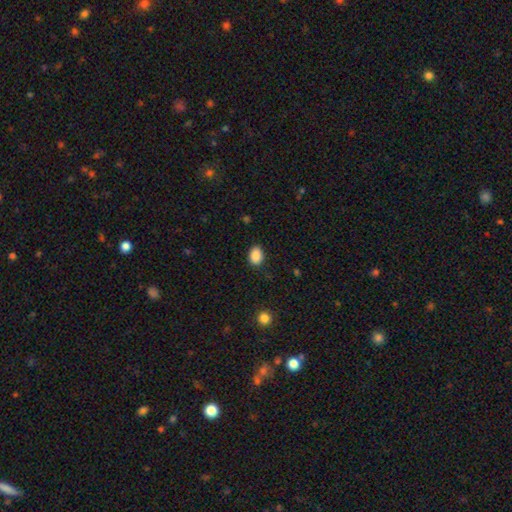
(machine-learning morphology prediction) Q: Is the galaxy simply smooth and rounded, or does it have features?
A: smooth — 89%.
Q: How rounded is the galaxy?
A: in between — 73%.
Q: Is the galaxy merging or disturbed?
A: none — 87%.